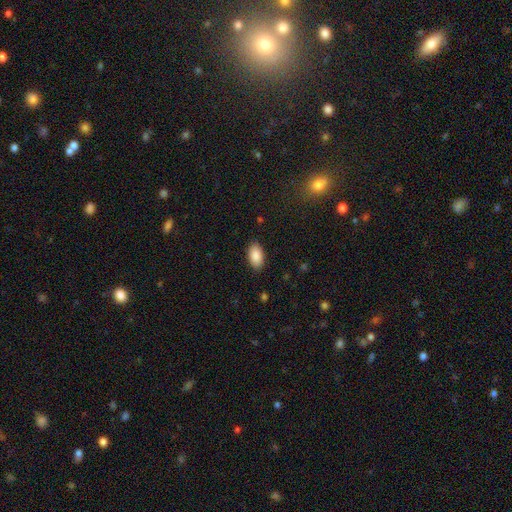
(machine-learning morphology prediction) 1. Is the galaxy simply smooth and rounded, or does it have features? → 89% smooth, 7% star or artifact, 5% featured or disk.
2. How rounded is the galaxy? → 95% in between, 3% round, 2% cigar-shaped.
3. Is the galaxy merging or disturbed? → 88% none, 9% minor disturbance, 2% major disturbance, 1% merger.